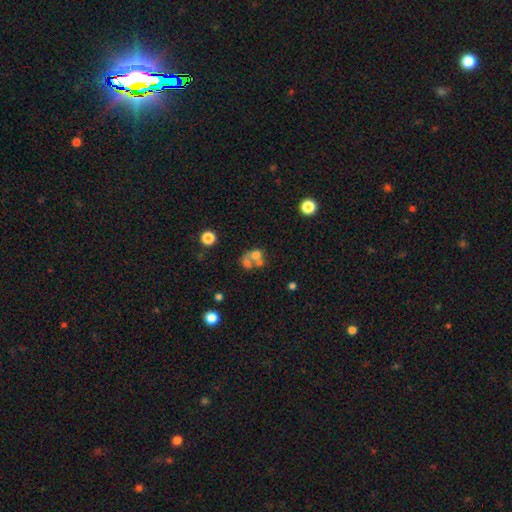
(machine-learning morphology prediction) smooth 54%, featured or disk 31%, star or artifact 16%. Down the decision tree: how rounded — round (59%); merging — merger (59%).